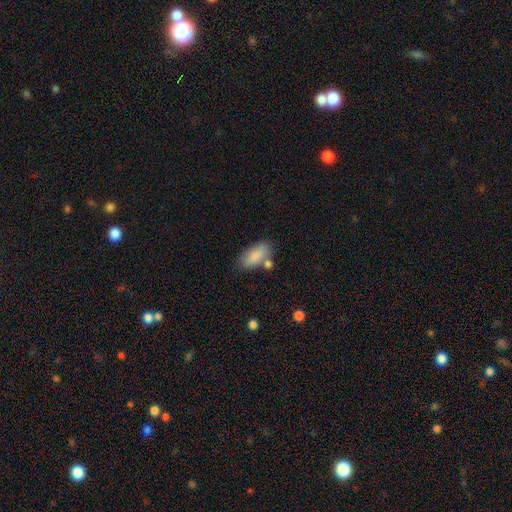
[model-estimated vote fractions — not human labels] smooth-or-featured: smooth: 86% | featured or disk: 7% | star or artifact: 7%
  how-rounded: in between: 89% | cigar-shaped: 8% | round: 3%
  merging: none: 63% | minor disturbance: 17% | merger: 16% | major disturbance: 5%